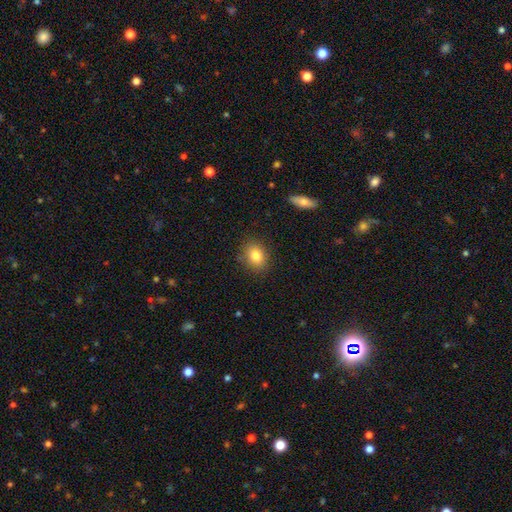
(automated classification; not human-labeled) smooth-or-featured: smooth: 83% | star or artifact: 9% | featured or disk: 8%
  how-rounded: in between: 55% | round: 44% | cigar-shaped: 1%
  merging: none: 87% | minor disturbance: 10% | major disturbance: 2% | merger: 1%